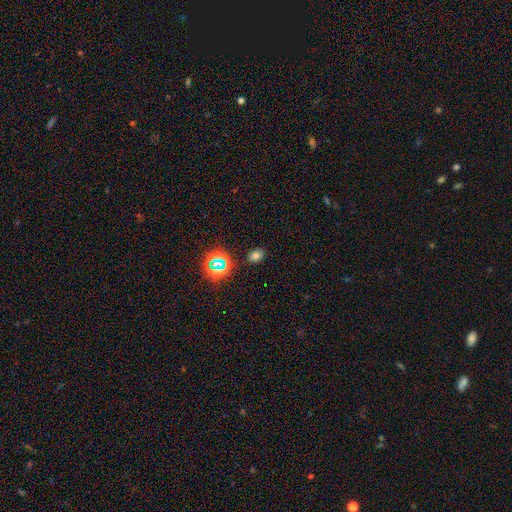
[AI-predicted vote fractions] Smooth or featured: smooth — 65% (star or artifact — 27%)
How rounded: in between — 63% (round — 36%)
Merging: none — 83% (minor disturbance — 11%)